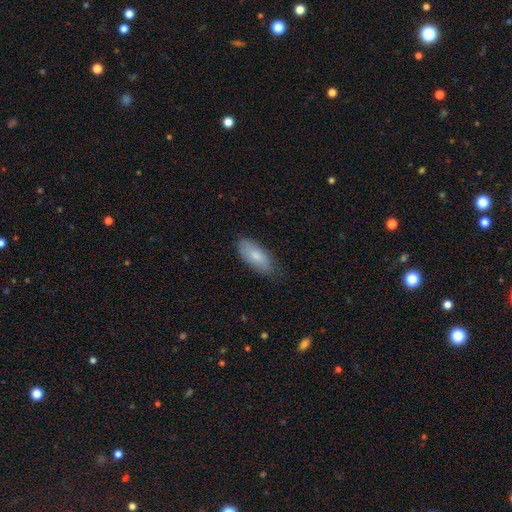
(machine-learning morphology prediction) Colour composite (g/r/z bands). It shows a smooth galaxy with no disk features (80%) that is in between round and cigar-shaped (86%). Merging: none (71%).